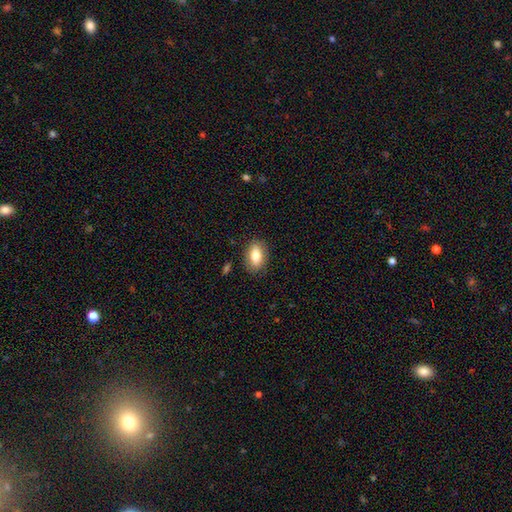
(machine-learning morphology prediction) Smooth or featured? Predicted: smooth (p=0.79). How rounded? Predicted: in between (p=0.88). Merging? Predicted: none (p=0.85).